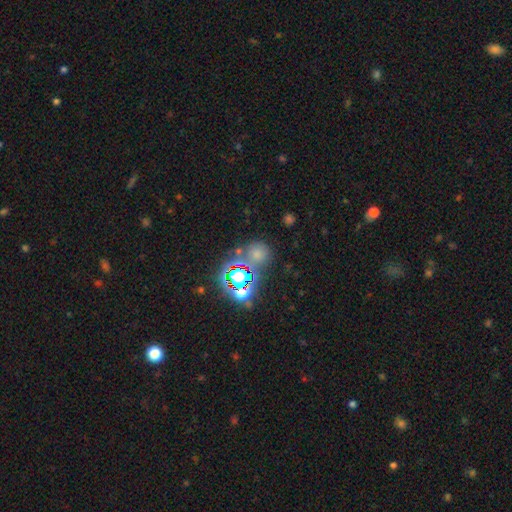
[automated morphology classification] Smooth or featured? Predicted: star or artifact (p=0.48).